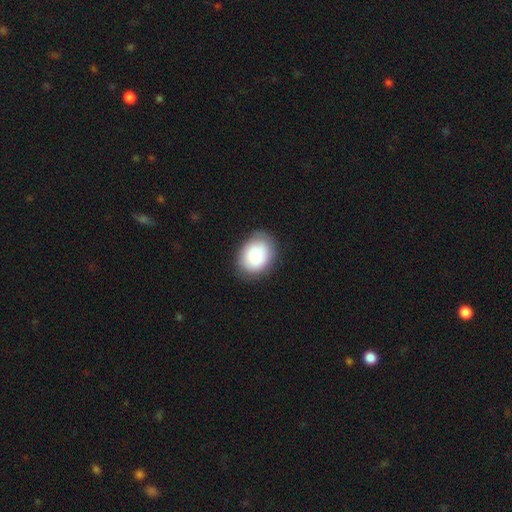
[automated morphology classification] smooth-or-featured: smooth: 84% | featured or disk: 9% | star or artifact: 7%
  how-rounded: in between: 59% | round: 40% | cigar-shaped: 1%
  merging: none: 79% | minor disturbance: 15% | major disturbance: 4% | merger: 1%